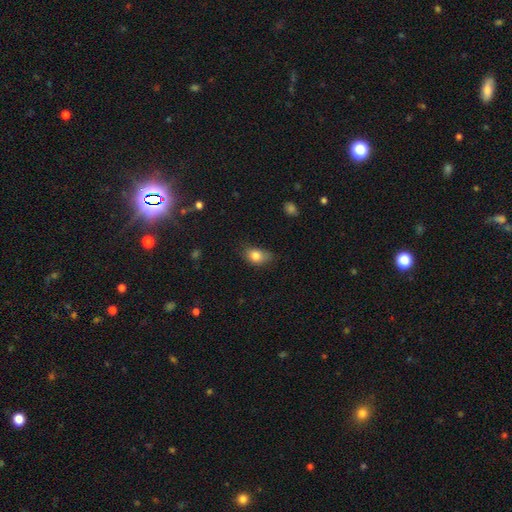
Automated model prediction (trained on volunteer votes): Smooth or featured? smooth (81%)
How rounded? in between (75%)
Merging? none (57%)